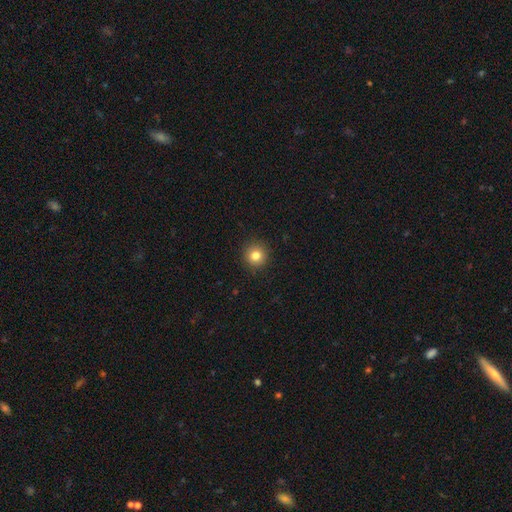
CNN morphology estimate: A smooth galaxy with no disk features (81%) that is round (95%). Merging: none (92%).